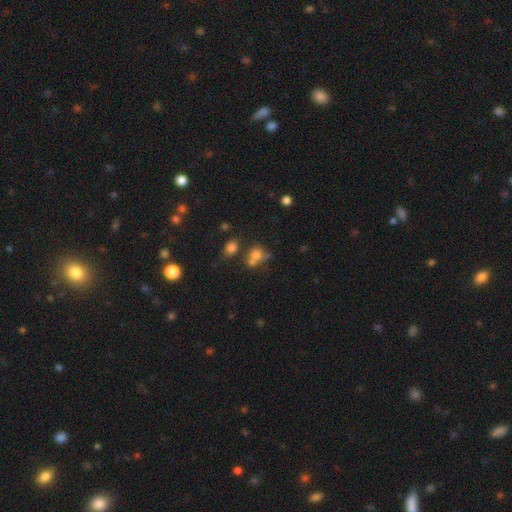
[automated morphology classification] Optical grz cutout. It shows a smooth galaxy with no disk features (71%) that is round (71%). Merging: none (43%).